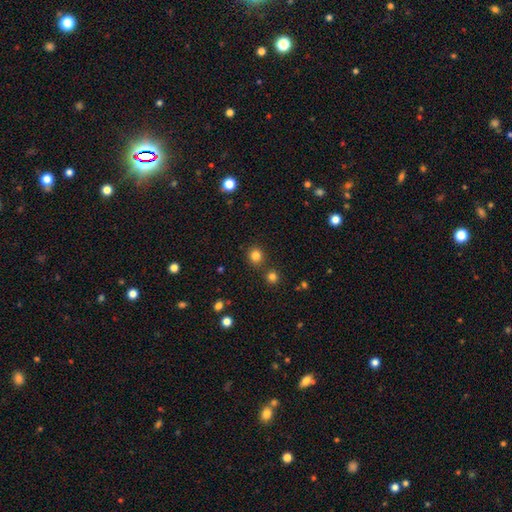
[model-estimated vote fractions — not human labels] Smooth or featured?
  - smooth: 81% *
  - star or artifact: 14%
  - featured or disk: 4%
How rounded?
  - round: 90% *
  - in between: 9%
  - cigar-shaped: 1%
Merging?
  - none: 83% *
  - merger: 8%
  - minor disturbance: 7%
  - major disturbance: 2%